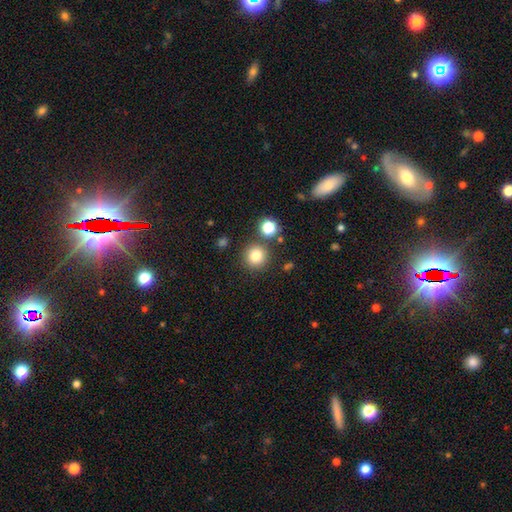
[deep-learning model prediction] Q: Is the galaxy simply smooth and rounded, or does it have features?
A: smooth — 80%.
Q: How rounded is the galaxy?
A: round — 94%.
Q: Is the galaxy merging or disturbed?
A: none — 83%.